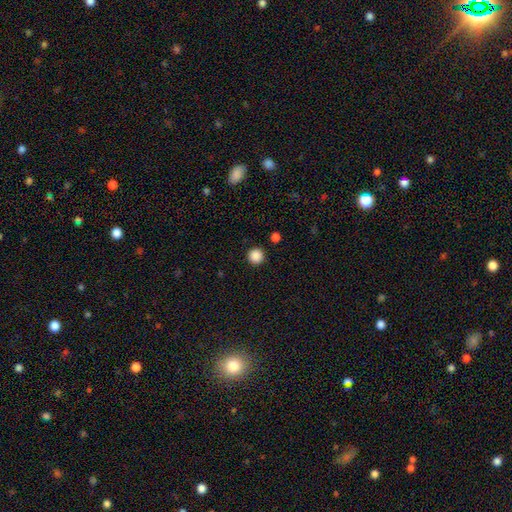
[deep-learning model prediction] Smooth or featured? Predicted: smooth (p=0.87). How rounded? Predicted: round (p=0.96). Merging? Predicted: none (p=0.92).